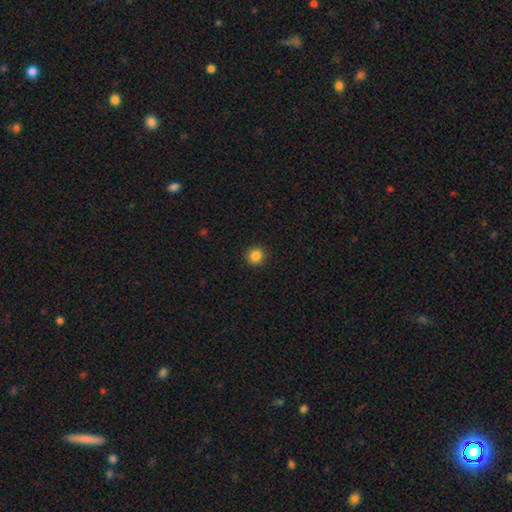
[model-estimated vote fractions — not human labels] smooth_or_featured: smooth (p=0.86) [alt: star or artifact p=0.11]
how_rounded: round (p=0.92) [alt: in between p=0.07]
merging: none (p=0.92) [alt: minor disturbance p=0.05]